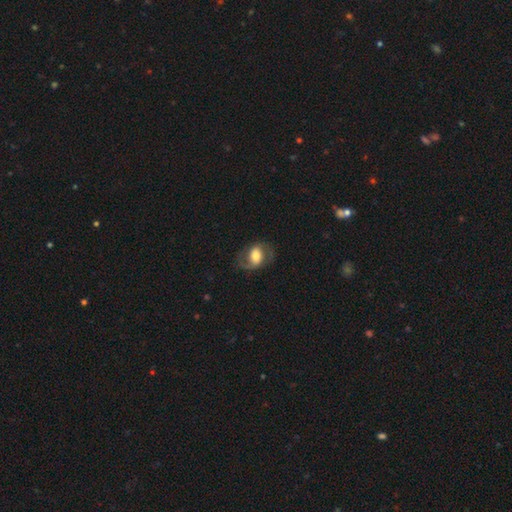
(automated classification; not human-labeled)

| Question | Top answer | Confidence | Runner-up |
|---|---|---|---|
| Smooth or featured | featured or disk | 57% | smooth (36%) |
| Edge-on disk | no | 95% | yes (5%) |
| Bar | no | 40% | weak (38%) |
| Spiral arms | yes | 80% | no (20%) |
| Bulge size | moderate | 47% | large (35%) |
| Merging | none | 71% | minor disturbance (16%) |